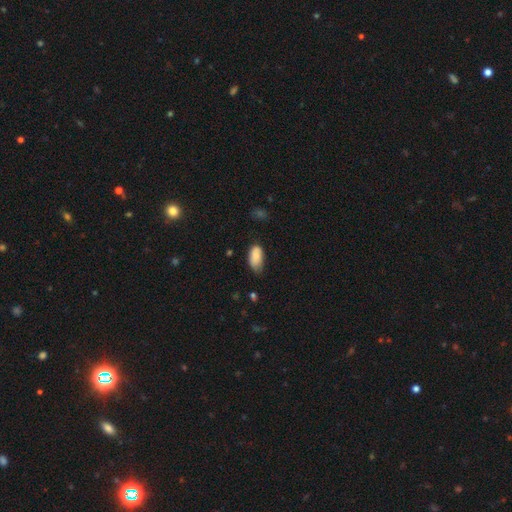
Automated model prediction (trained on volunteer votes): Smooth or featured? Predicted: smooth (p=0.84). How rounded? Predicted: in between (p=0.94). Merging? Predicted: none (p=0.53).